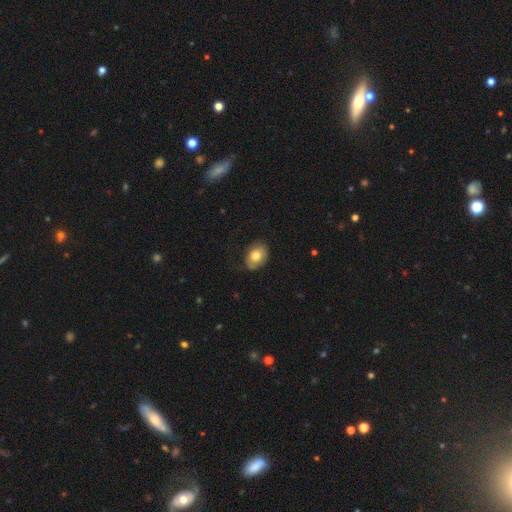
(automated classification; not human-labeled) Smooth or featured?
  - smooth: 77% *
  - featured or disk: 15%
  - star or artifact: 8%
How rounded?
  - in between: 76% *
  - round: 23%
  - cigar-shaped: 1%
Merging?
  - none: 79% *
  - minor disturbance: 17%
  - major disturbance: 3%
  - merger: 1%